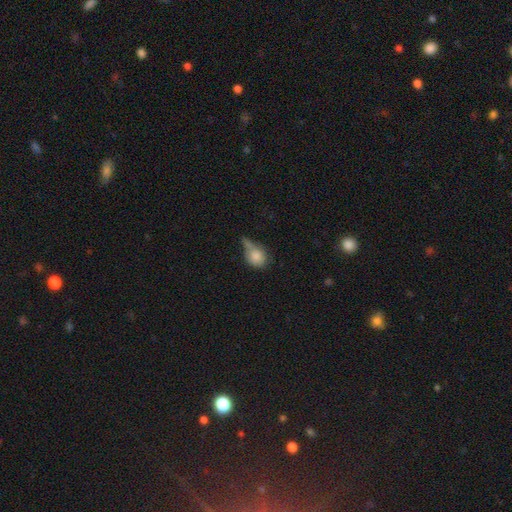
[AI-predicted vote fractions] Smooth or featured?
  - smooth: 80% *
  - featured or disk: 12%
  - star or artifact: 8%
How rounded?
  - round: 53% *
  - in between: 45%
  - cigar-shaped: 2%
Merging?
  - minor disturbance: 29% * (tied)
  - none: 29% * (tied)
  - merger: 24%
  - major disturbance: 17%